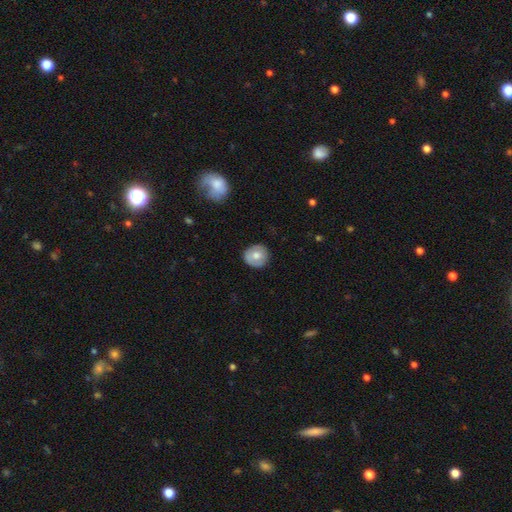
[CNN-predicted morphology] Smooth or featured? smooth (64%)
How rounded? round (91%)
Merging? none (86%)